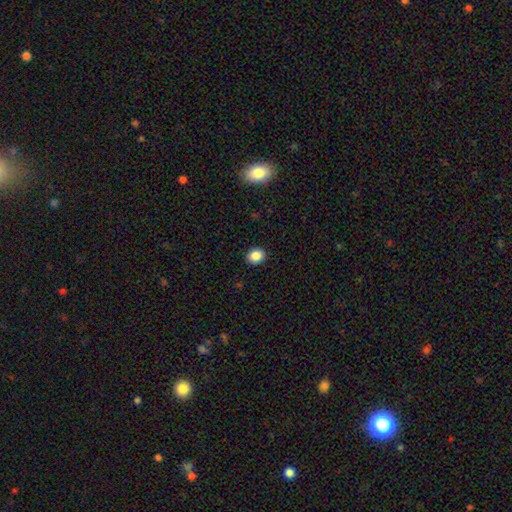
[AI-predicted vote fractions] smooth_or_featured: smooth (p=0.86) [alt: star or artifact p=0.10]
how_rounded: round (p=0.59) [alt: in between p=0.40]
merging: none (p=0.91) [alt: minor disturbance p=0.06]